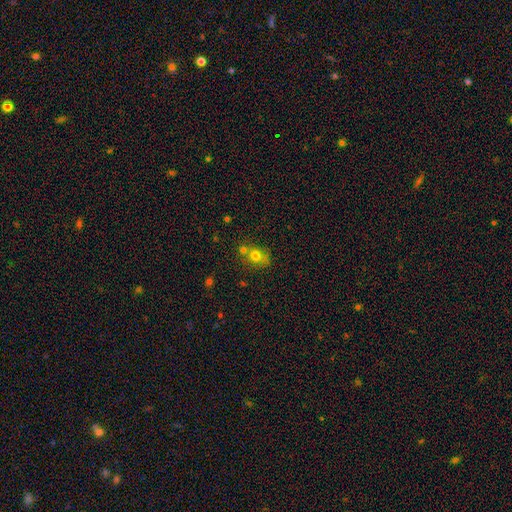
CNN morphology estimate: A smooth galaxy with no disk features (73%) that is round (69%).

Vote fractions:
- Smooth or featured? smooth: 73% / star or artifact: 15% / featured or disk: 12%
- How rounded? round: 69% / in between: 30% / cigar-shaped: 1%
- Merging? none: 53% / merger: 27% / minor disturbance: 14% / major disturbance: 5%